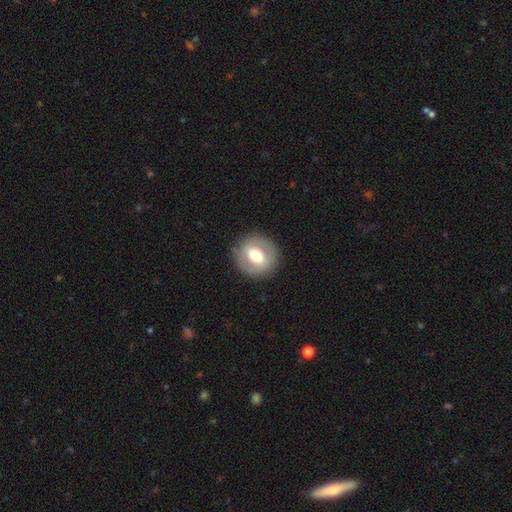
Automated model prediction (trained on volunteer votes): This appears to be a smooth galaxy with no disk features (52%) that is round (76%). Merging: none (86%).